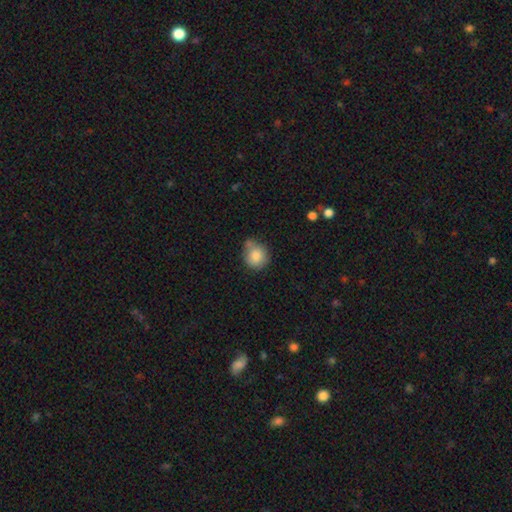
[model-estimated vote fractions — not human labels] Smooth or featured? Predicted: smooth (p=0.84). How rounded? Predicted: round (p=0.84). Merging? Predicted: none (p=0.57).